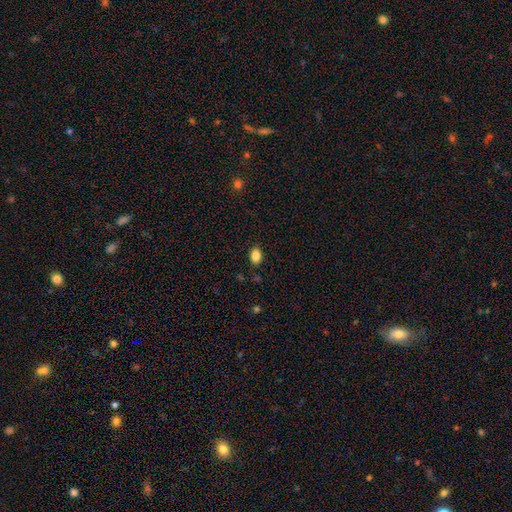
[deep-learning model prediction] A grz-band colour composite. It shows a smooth galaxy with no disk features (86%) that is in between round and cigar-shaped (80%). Merging: none (87%).